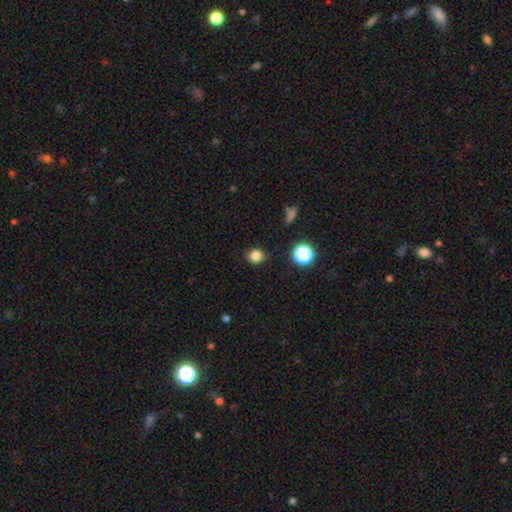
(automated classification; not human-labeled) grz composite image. It shows a smooth galaxy with no disk features (82%) that is round (81%). Merging: none (88%).